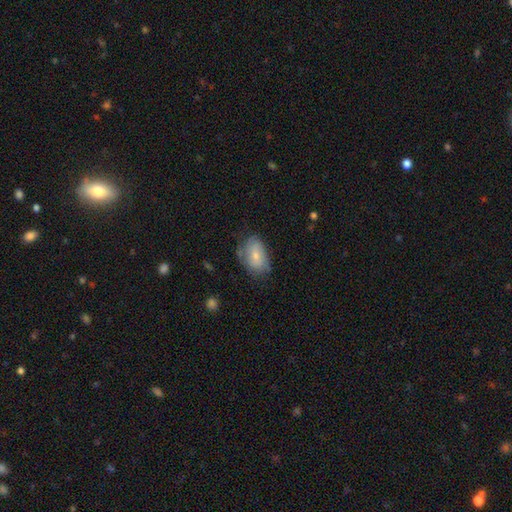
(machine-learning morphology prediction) Smooth or featured? Predicted: smooth (p=0.67). How rounded? Predicted: in between (p=0.87). Merging? Predicted: none (p=0.57).